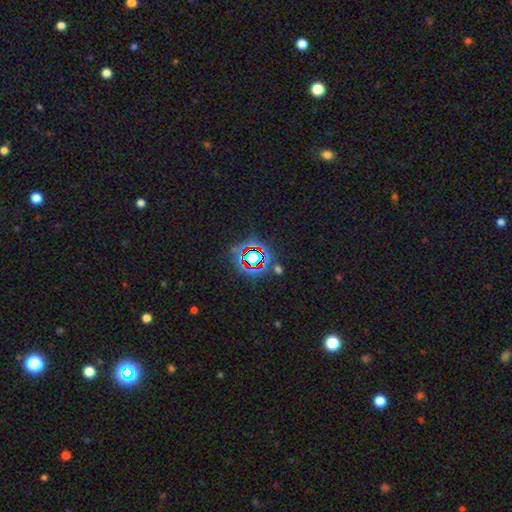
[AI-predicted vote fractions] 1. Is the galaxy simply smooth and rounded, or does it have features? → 69% star or artifact, 19% smooth, 12% featured or disk.